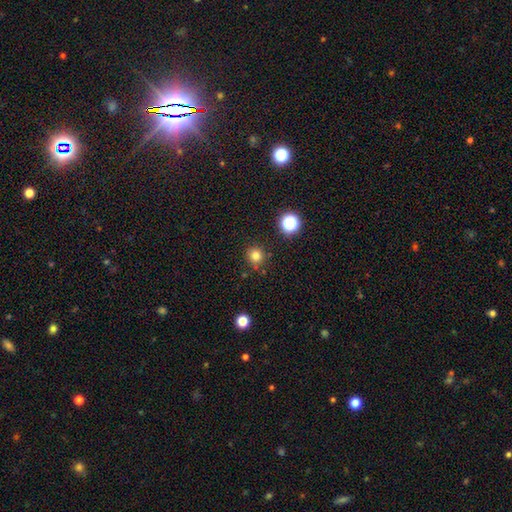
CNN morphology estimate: Q: Smooth or featured?
A: smooth (79%); runner-up: star or artifact (15%)
Q: How rounded?
A: round (91%); runner-up: in between (8%)
Q: Merging?
A: none (84%); runner-up: minor disturbance (10%)